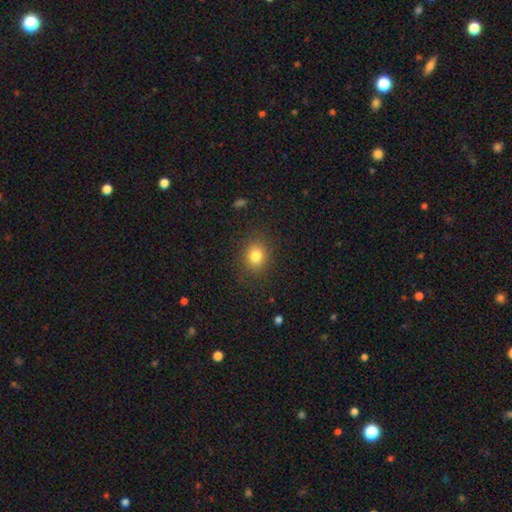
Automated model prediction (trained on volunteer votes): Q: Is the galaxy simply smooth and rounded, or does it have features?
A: smooth — 81%.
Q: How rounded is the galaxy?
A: round — 60%.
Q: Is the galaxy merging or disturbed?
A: none — 85%.